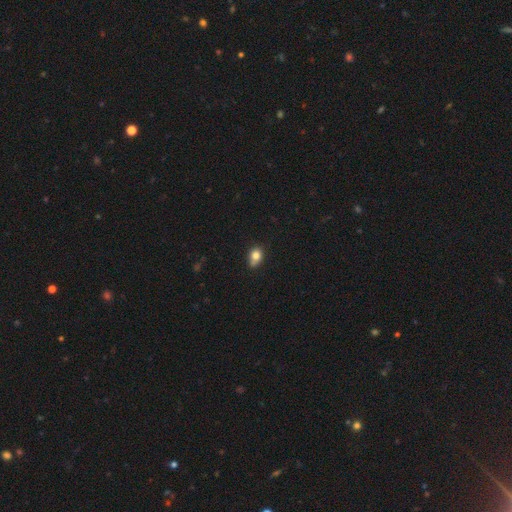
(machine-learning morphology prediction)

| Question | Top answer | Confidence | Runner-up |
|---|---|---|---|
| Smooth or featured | smooth | 80% | star or artifact (11%) |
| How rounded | in between | 58% | round (41%) |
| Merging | none | 56% | minor disturbance (30%) |